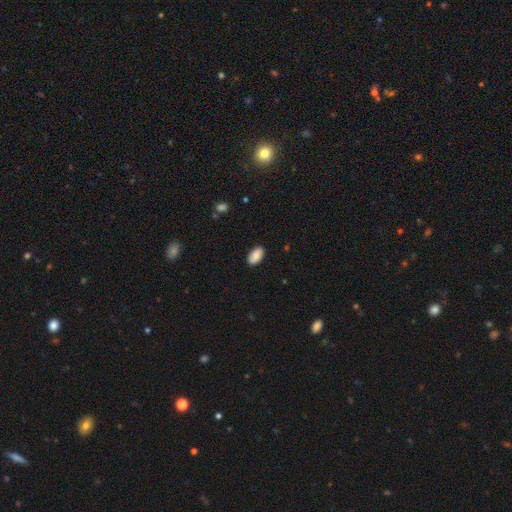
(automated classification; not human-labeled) smooth_or_featured: smooth (p=0.84) [alt: featured or disk p=0.09]
how_rounded: in between (p=0.94) [alt: round p=0.04]
merging: none (p=0.87) [alt: minor disturbance p=0.10]